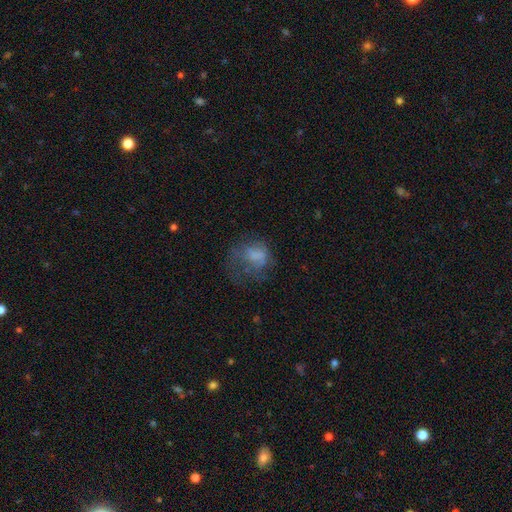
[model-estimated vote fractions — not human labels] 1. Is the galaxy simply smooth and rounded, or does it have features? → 56% smooth, 29% featured or disk, 14% star or artifact.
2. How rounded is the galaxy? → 51% round, 48% in between, 1% cigar-shaped.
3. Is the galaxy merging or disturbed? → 48% major disturbance, 30% none, 20% minor disturbance, 3% merger.